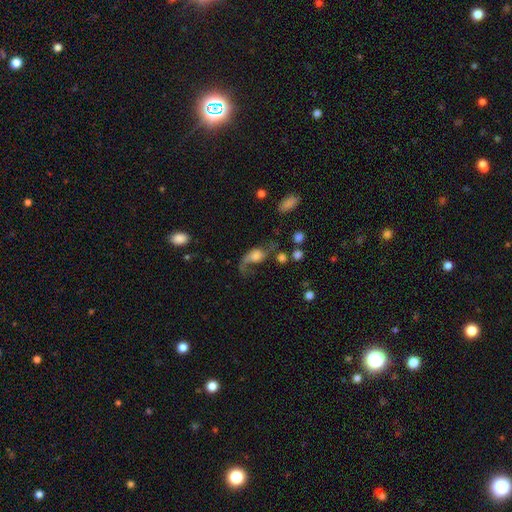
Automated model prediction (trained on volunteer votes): Morphology: type=featured or disk (57%); edge-on=no (93%); bar=no (72%); spiral arms=yes (84%); bulge=large (33%); merging=major disturbance (40%).